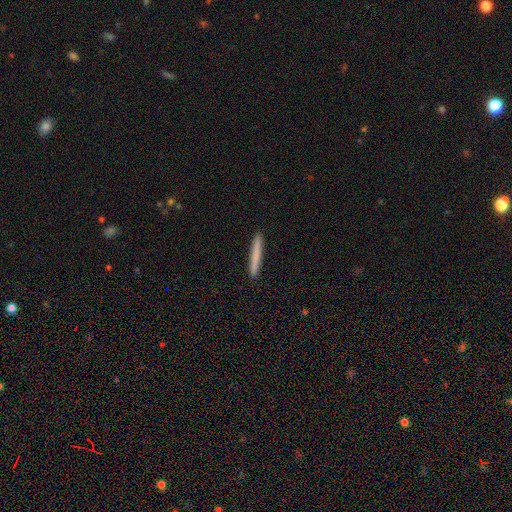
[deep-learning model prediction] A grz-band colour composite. It shows a smooth galaxy with no disk features (76%) that is cigar-shaped (97%). Merging: none (93%).